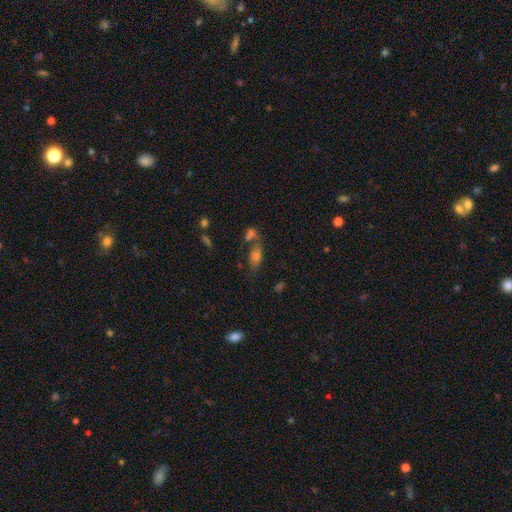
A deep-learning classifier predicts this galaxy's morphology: smooth-or-featured: smooth: 56% | featured or disk: 24% | star or artifact: 20%
  how-rounded: in between: 74% | cigar-shaped: 16% | round: 10%
  merging: none: 44% | merger: 34% | minor disturbance: 13% | major disturbance: 9%